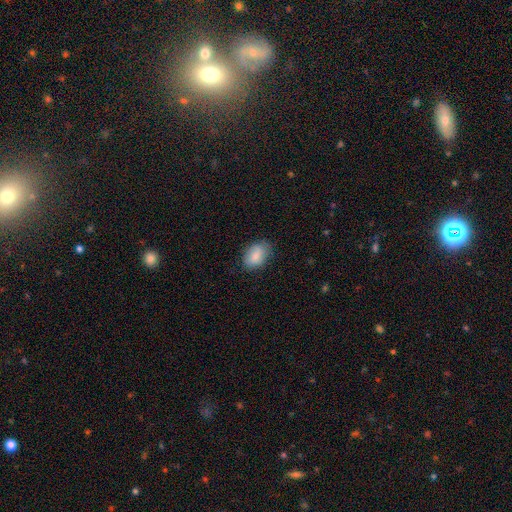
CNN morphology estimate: smooth 83%, featured or disk 10%, star or artifact 7%. Down the decision tree: how rounded — in between (86%); merging — none (75%).